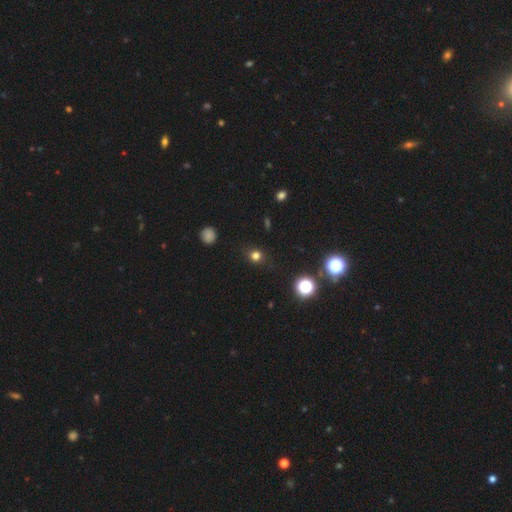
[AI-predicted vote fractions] smooth_or_featured: smooth (p=0.72) [alt: star or artifact p=0.22]
how_rounded: round (p=0.84) [alt: in between p=0.15]
merging: none (p=0.85) [alt: minor disturbance p=0.10]